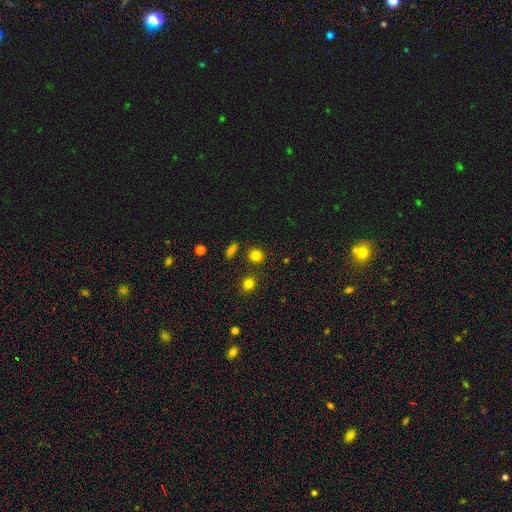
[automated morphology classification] smooth 80%, star or artifact 15%, featured or disk 5%. Down the decision tree: how rounded — round (84%); merging — none (85%).